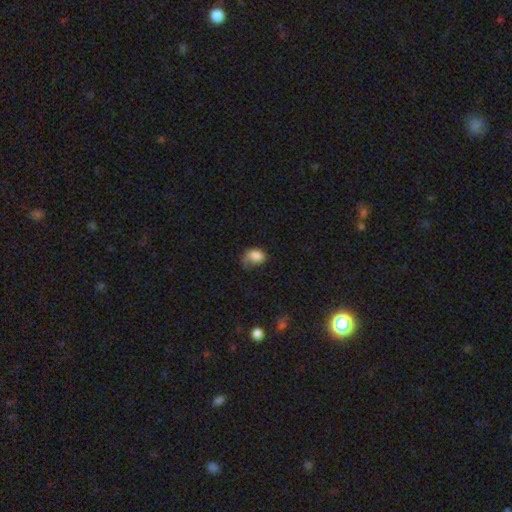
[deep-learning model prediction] The model was most divided on "merging": major disturbance: 33%, minor disturbance: 32%, none: 31%, merger: 4%. More confident: smooth or featured — smooth (78%); how rounded — in between (68%).